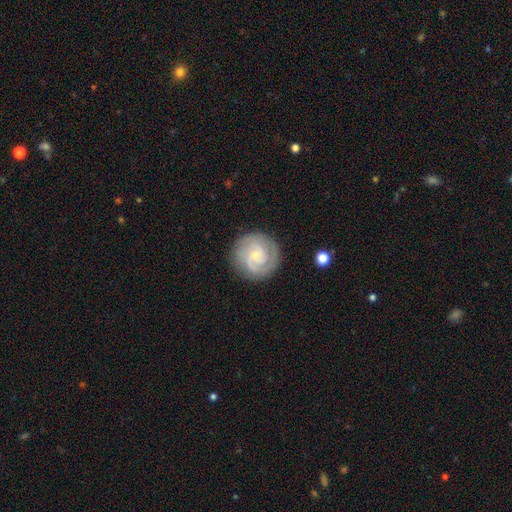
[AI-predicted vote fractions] Morphology: type=featured or disk (80%); edge-on=no (98%); bar=no (63%); spiral arms=yes (97%); winding=tight (66%); arm count=2 (48%); bulge=small (73%); merging=none (84%).